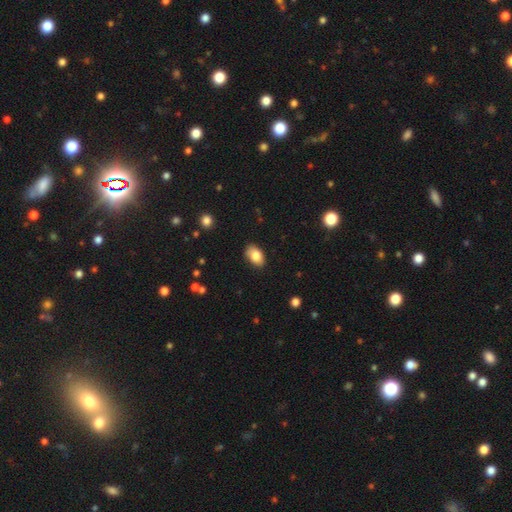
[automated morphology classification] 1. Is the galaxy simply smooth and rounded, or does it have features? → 82% smooth, 11% featured or disk, 7% star or artifact.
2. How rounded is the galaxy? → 91% in between, 8% round, 1% cigar-shaped.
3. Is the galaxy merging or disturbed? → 83% none, 14% minor disturbance, 2% major disturbance, 1% merger.